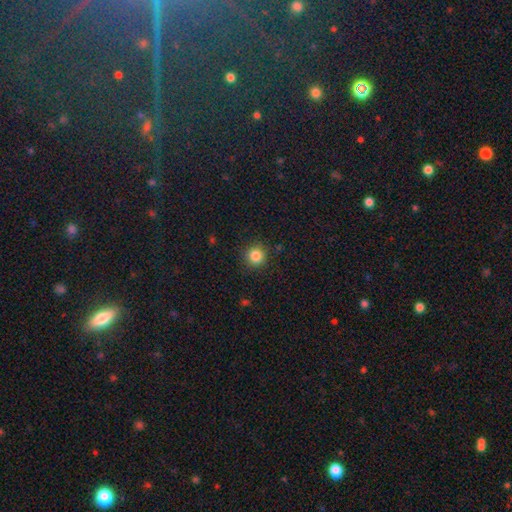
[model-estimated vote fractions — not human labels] The model was most divided on "smooth or featured": smooth: 84%, star or artifact: 11%, featured or disk: 4%. More confident: how rounded — round (94%); merging — none (90%).